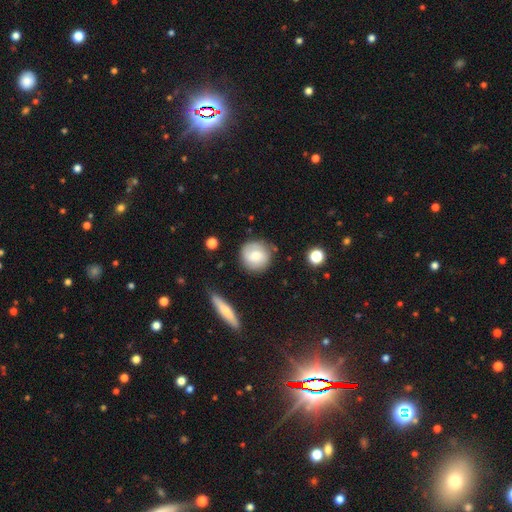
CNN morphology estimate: The model was most divided on "smooth or featured": smooth: 62%, featured or disk: 30%, star or artifact: 7%. More confident: how rounded — round (89%); merging — none (77%).